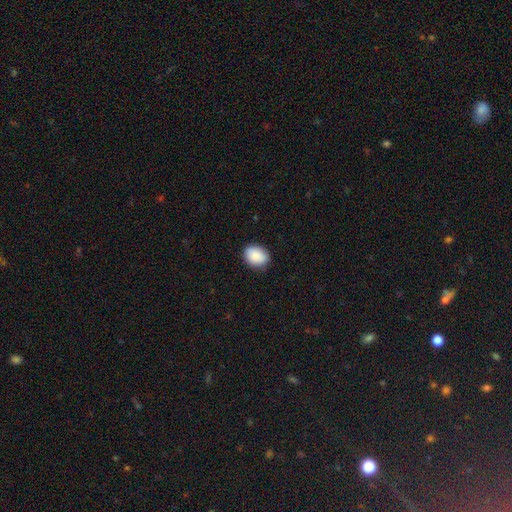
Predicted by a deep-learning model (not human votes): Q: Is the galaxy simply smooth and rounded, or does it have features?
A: smooth — 88%.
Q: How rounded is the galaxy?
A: in between — 68%.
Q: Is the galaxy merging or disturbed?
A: none — 86%.